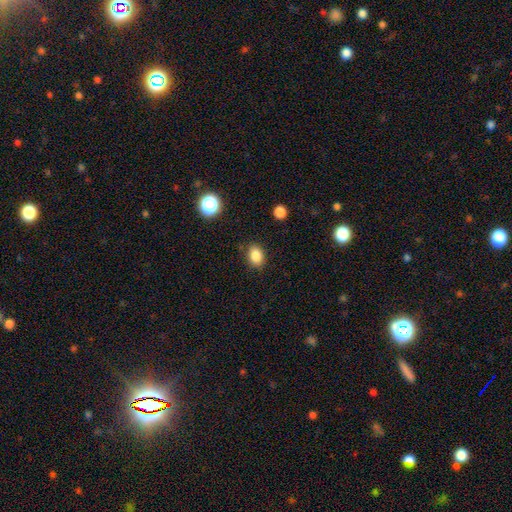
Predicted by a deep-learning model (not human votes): smooth_or_featured: smooth (p=0.85) [alt: star or artifact p=0.10]
how_rounded: in between (p=0.70) [alt: round p=0.29]
merging: none (p=0.85) [alt: minor disturbance p=0.11]